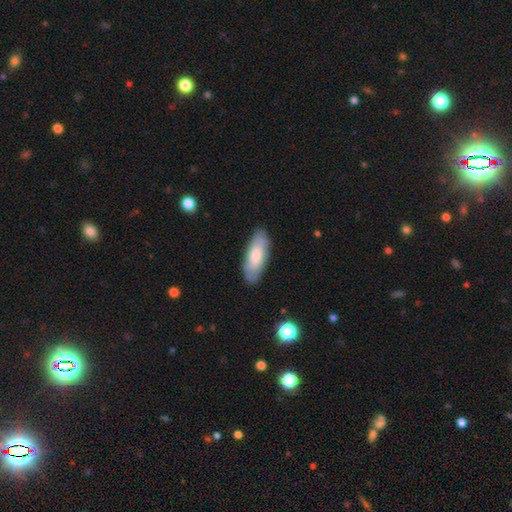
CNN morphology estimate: Smooth or featured?
  - smooth: 70% *
  - featured or disk: 24%
  - star or artifact: 6%
How rounded?
  - in between: 77% *
  - cigar-shaped: 21%
  - round: 2%
Merging?
  - none: 82% *
  - minor disturbance: 14%
  - major disturbance: 3%
  - merger: 1%